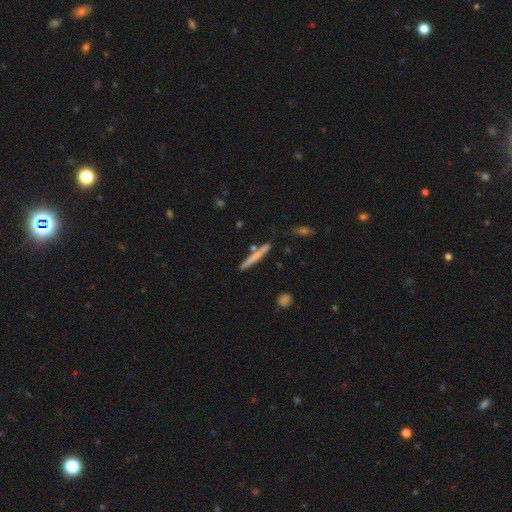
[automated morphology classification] Overall: smooth (61%; featured or disk 32%). How rounded: cigar-shaped (95%). Merging: none (79%).